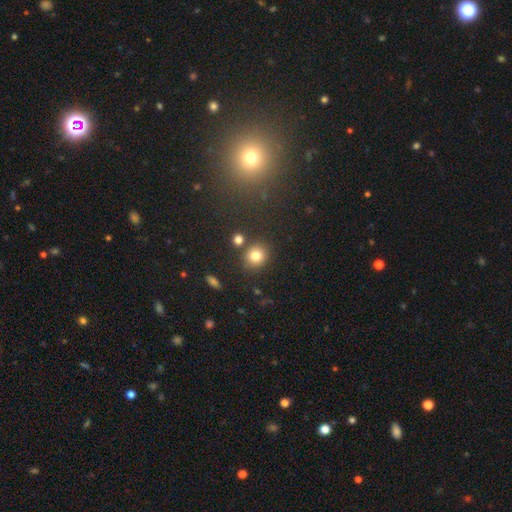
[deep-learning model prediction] Smooth or featured: smooth — 81% (star or artifact — 12%)
How rounded: round — 82% (in between — 17%)
Merging: none — 80% (minor disturbance — 9%)